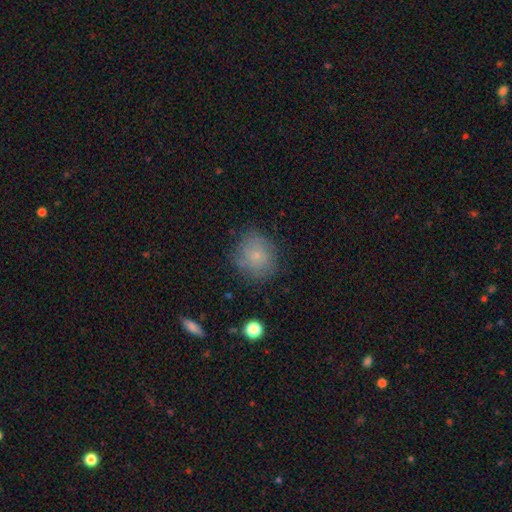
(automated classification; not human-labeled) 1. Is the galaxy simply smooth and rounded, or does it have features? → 72% smooth, 17% featured or disk, 11% star or artifact.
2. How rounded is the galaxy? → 78% round, 20% in between, 1% cigar-shaped.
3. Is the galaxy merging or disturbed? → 73% none, 19% minor disturbance, 7% major disturbance, 2% merger.